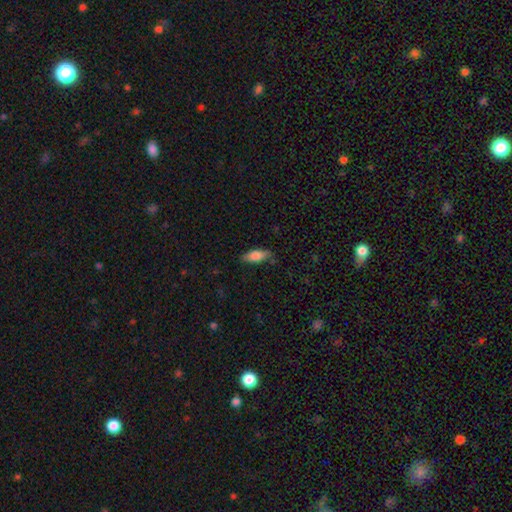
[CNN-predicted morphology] Smooth or featured? Predicted: smooth (p=0.80). How rounded? Predicted: in between (p=0.76). Merging? Predicted: none (p=0.74).